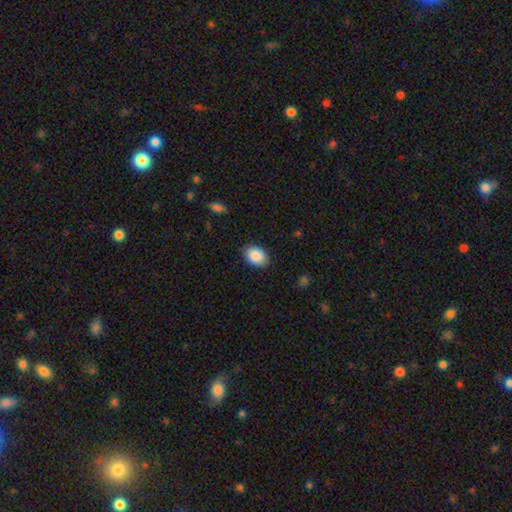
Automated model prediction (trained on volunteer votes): smooth 88%, star or artifact 7%, featured or disk 6%. Down the decision tree: how rounded — in between (80%); merging — none (87%).